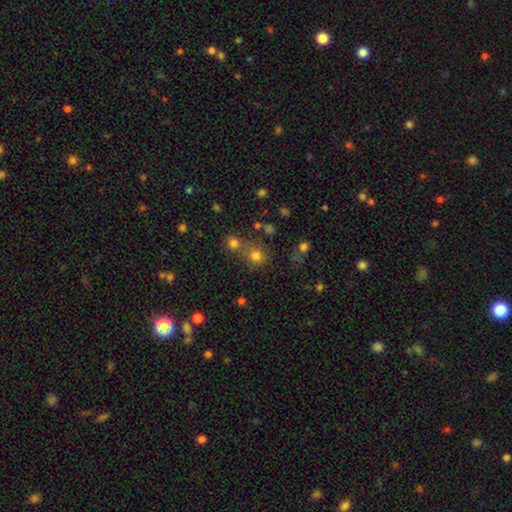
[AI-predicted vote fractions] Q: Smooth or featured?
A: smooth (74%); runner-up: star or artifact (18%)
Q: How rounded?
A: round (82%); runner-up: in between (17%)
Q: Merging?
A: none (51%); runner-up: merger (36%)